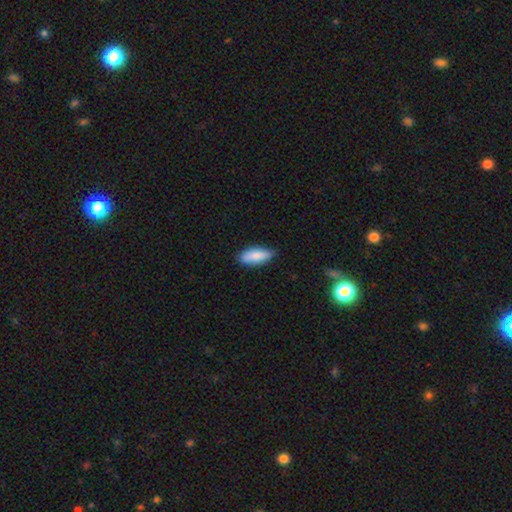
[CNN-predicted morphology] Smooth or featured: smooth — 86% (featured or disk — 9%)
How rounded: in between — 78% (cigar-shaped — 20%)
Merging: none — 77% (minor disturbance — 19%)